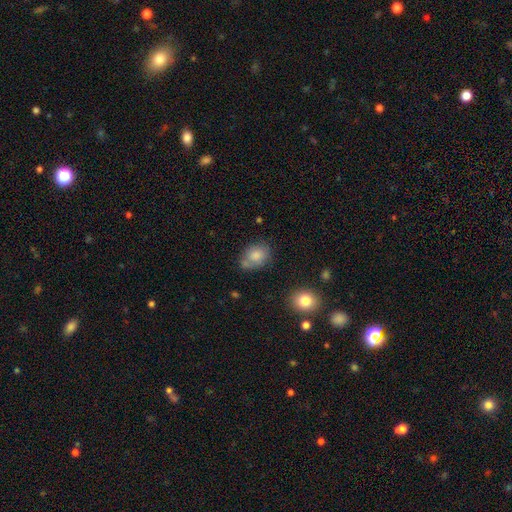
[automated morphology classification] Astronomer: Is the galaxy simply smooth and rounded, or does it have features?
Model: smooth — 79%.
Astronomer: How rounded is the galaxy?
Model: in between — 60% (runner-up: round, 39%).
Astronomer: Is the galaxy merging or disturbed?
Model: none — 59%.